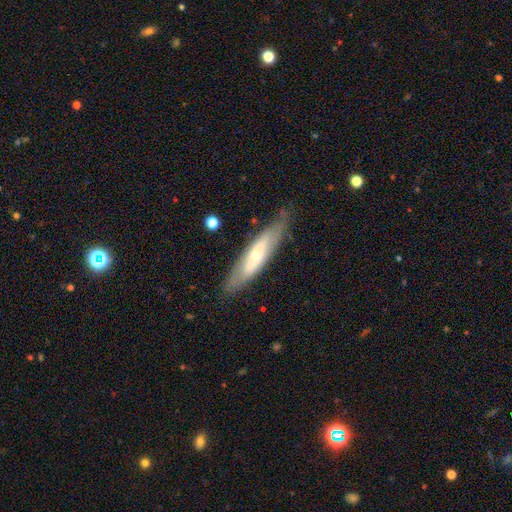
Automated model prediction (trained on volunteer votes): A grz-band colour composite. It shows a featured or disk galaxy (54%) viewed edge-on (55%). Merging: none (81%).